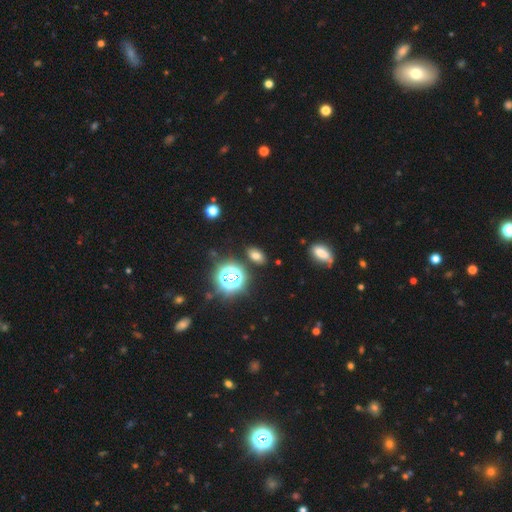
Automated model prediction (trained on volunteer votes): A smooth galaxy with no disk features (64%) that is in between round and cigar-shaped (83%).

Vote fractions:
- Smooth or featured? smooth: 64% / star or artifact: 26% / featured or disk: 10%
- How rounded? in between: 83% / round: 15% / cigar-shaped: 3%
- Merging? none: 85% / minor disturbance: 9% / merger: 3% / major disturbance: 3%